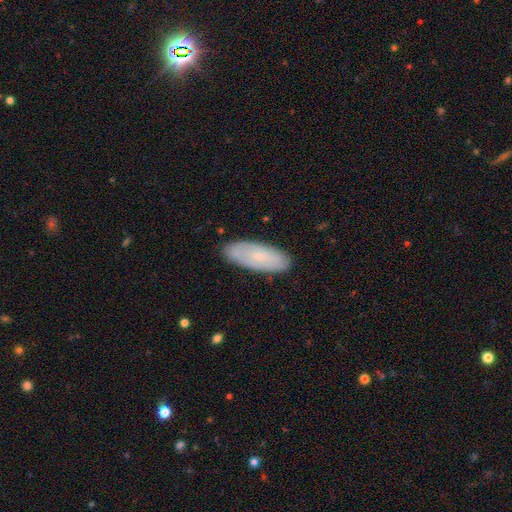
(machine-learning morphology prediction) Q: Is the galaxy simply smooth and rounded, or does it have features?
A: smooth — 59%.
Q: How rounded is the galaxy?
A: in between — 74%.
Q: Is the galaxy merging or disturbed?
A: none — 86%.